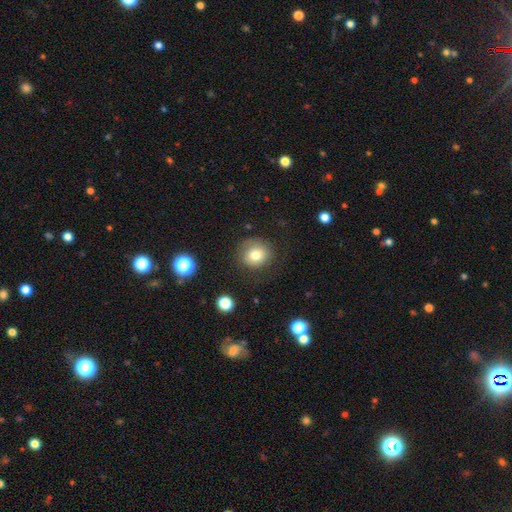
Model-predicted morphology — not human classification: This is likely a smooth galaxy (77%). How rounded: clearly round (83%). Merging: likely none (76%).